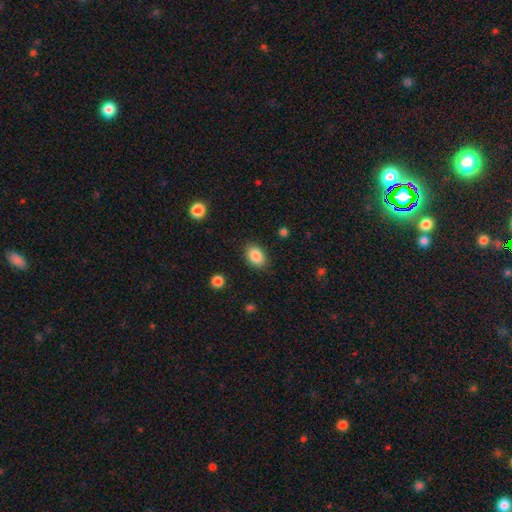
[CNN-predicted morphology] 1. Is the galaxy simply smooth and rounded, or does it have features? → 87% smooth, 8% star or artifact, 5% featured or disk.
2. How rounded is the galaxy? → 82% in between, 17% round, 1% cigar-shaped.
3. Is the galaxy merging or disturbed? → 85% none, 11% minor disturbance, 3% major disturbance, 1% merger.